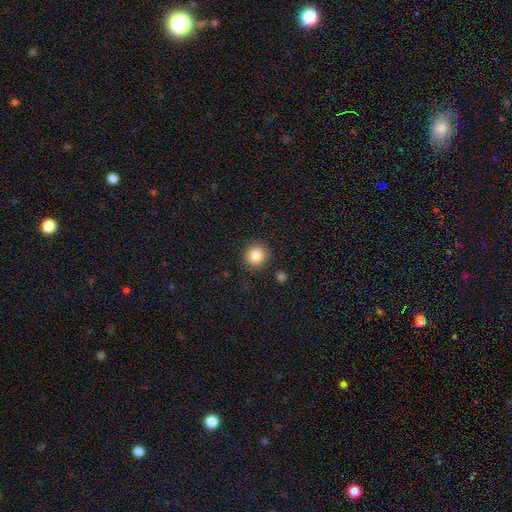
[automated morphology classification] smooth 86%, star or artifact 9%, featured or disk 4%. Down the decision tree: how rounded — round (92%); merging — none (89%).